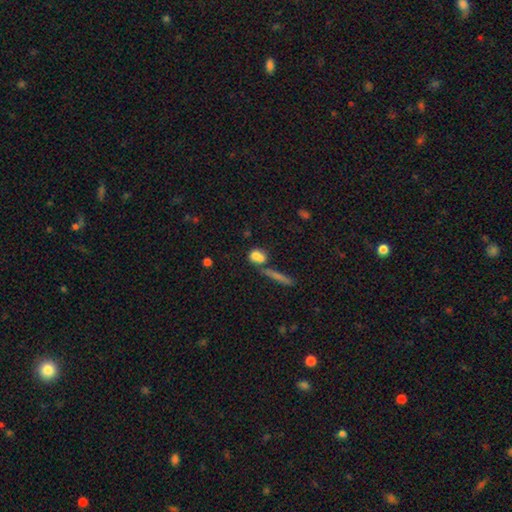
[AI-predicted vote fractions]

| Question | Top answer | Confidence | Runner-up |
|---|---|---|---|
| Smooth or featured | smooth | 74% | featured or disk (15%) |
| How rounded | in between | 45% | round (41%) |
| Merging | none | 43% | merger (37%) |